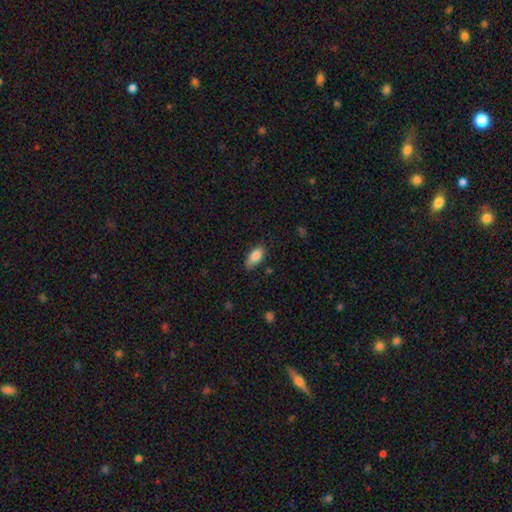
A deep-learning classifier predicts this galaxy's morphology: smooth 86%, star or artifact 7%, featured or disk 7%. Down the decision tree: how rounded — in between (89%); merging — none (73%).